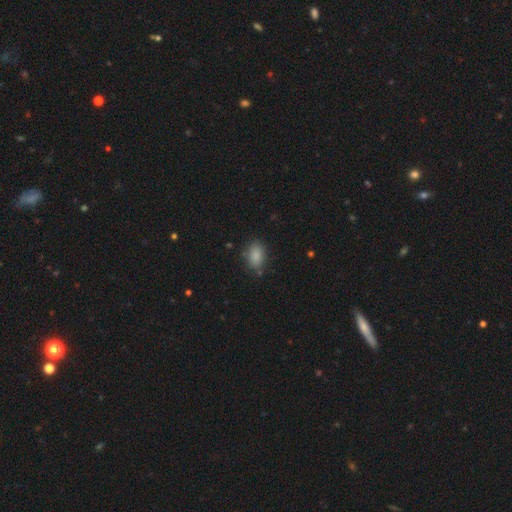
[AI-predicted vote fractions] A smooth galaxy with no disk features (86%) that is in between round and cigar-shaped (84%).

Vote fractions:
- Smooth or featured? smooth: 86% / star or artifact: 9% / featured or disk: 5%
- How rounded? in between: 84% / round: 15% / cigar-shaped: 2%
- Merging? none: 78% / minor disturbance: 15% / major disturbance: 4% / merger: 3%